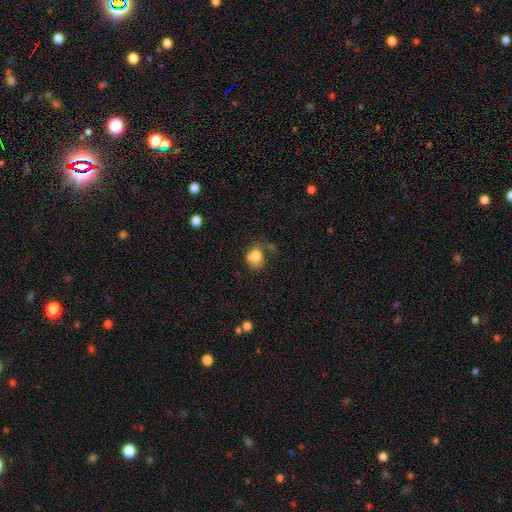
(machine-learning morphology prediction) smooth-or-featured: smooth: 73% | featured or disk: 17% | star or artifact: 10%
  how-rounded: round: 55% | in between: 44% | cigar-shaped: 1%
  merging: none: 32% (tied) | merger: 32% (tied) | minor disturbance: 21% | major disturbance: 15%